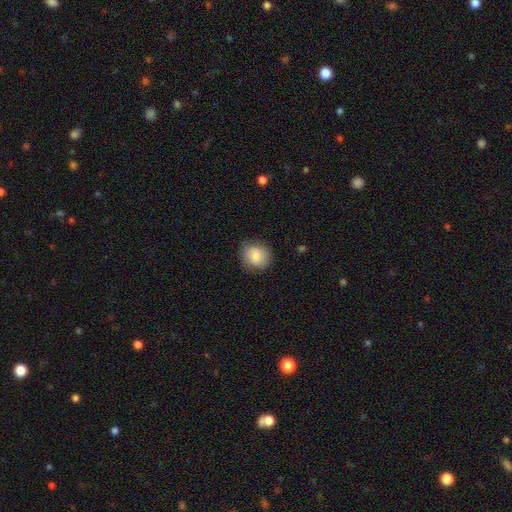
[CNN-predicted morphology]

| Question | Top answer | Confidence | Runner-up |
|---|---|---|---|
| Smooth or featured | smooth | 83% | featured or disk (10%) |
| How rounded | round | 80% | in between (19%) |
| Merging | none | 79% | minor disturbance (16%) |